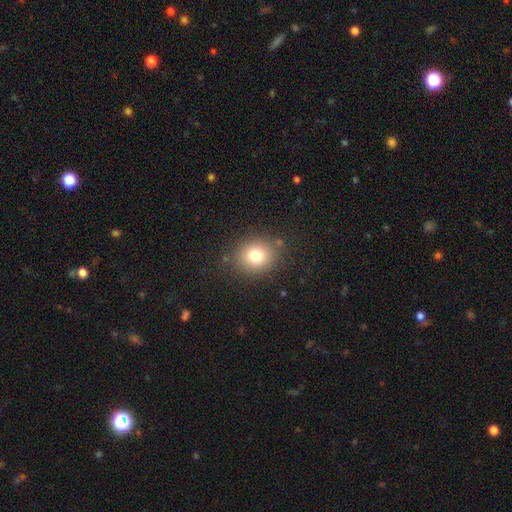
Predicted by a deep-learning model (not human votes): Smooth or featured: smooth — 77% (star or artifact — 13%)
How rounded: round — 74% (in between — 25%)
Merging: none — 83% (minor disturbance — 10%)